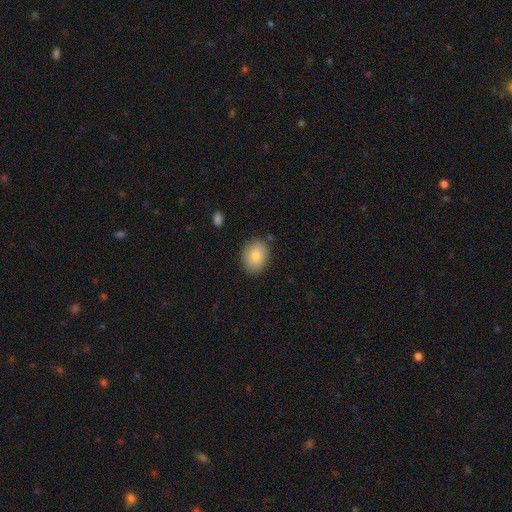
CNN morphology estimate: The model was most divided on "how rounded": in between: 63%, round: 36%, cigar-shaped: 1%. More confident: merging — none (84%); smooth or featured — smooth (82%).